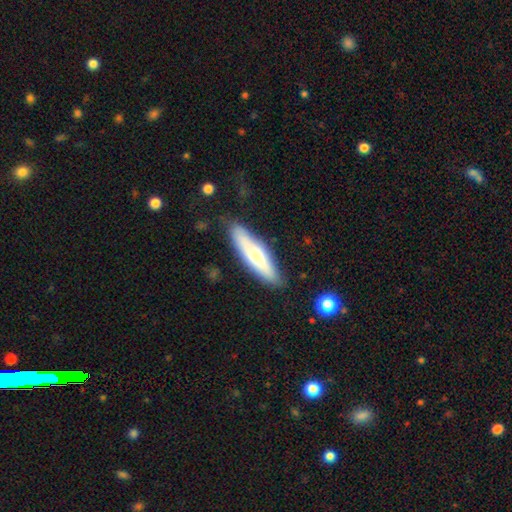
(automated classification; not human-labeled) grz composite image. It shows a smooth galaxy with no disk features (62%) that is cigar-shaped (71%). Merging: none (82%).